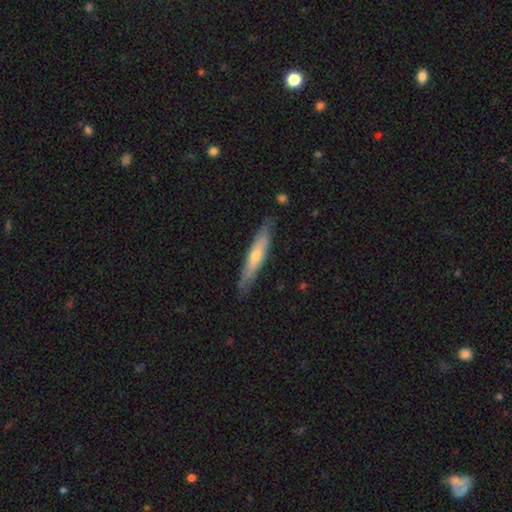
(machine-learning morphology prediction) A featured or disk galaxy (48%).

Vote fractions:
- Smooth or featured? featured or disk: 48% / smooth: 47% / star or artifact: 5%
- Merging? none: 78% / minor disturbance: 17% / major disturbance: 3% / merger: 1%